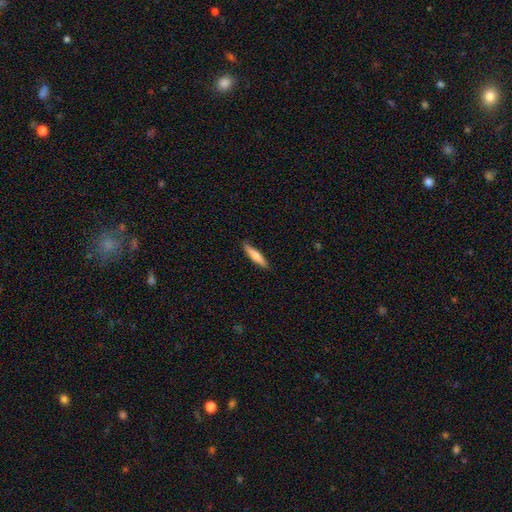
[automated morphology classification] smooth-or-featured: smooth: 72% | featured or disk: 23% | star or artifact: 5%
  how-rounded: cigar-shaped: 86% | in between: 12% | round: 1%
  merging: none: 87% | minor disturbance: 10% | major disturbance: 2% | merger: 1%